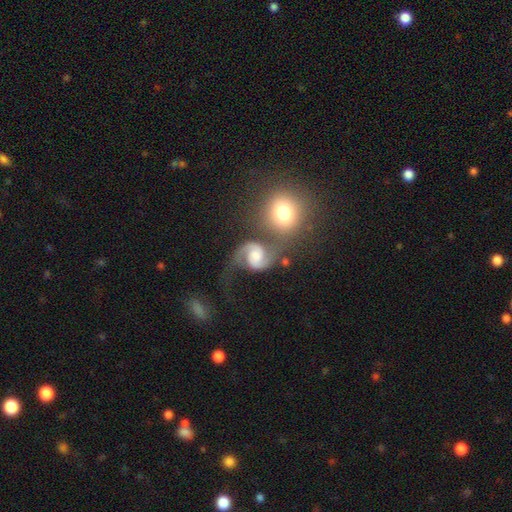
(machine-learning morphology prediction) Q: Smooth or featured?
A: featured or disk (87%); runner-up: smooth (7%)
Q: Edge-on disk?
A: no (98%); runner-up: yes (2%)
Q: Bar?
A: no (51%); runner-up: weak (38%)
Q: Spiral arms?
A: yes (97%); runner-up: no (3%)
Q: Spiral winding?
A: medium (50%); runner-up: loose (36%)
Q: Spiral arm count?
A: 2 (93%); runner-up: 1 (2%)
Q: Bulge size?
A: moderate (40%); runner-up: small (26%)
Q: Merging?
A: none (48%); runner-up: merger (23%)